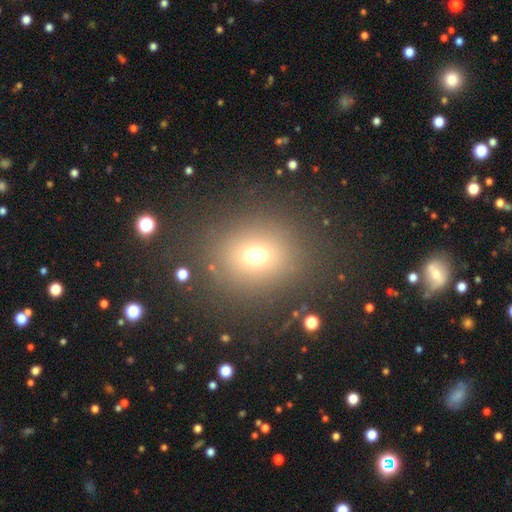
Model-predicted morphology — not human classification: Smooth or featured? smooth (64%)
How rounded? round (74%)
Merging? none (85%)